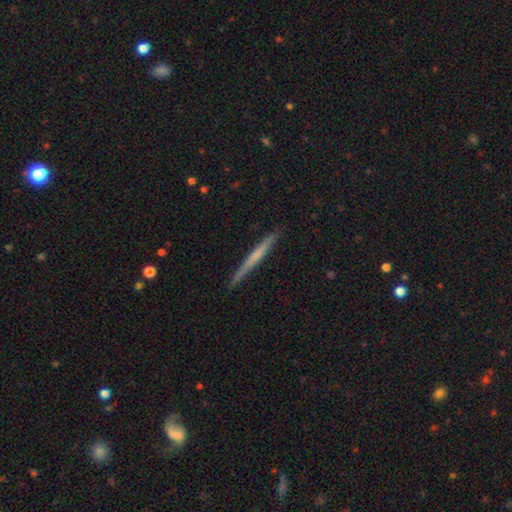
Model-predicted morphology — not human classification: A featured or disk galaxy (49%). Merging: none (90%).